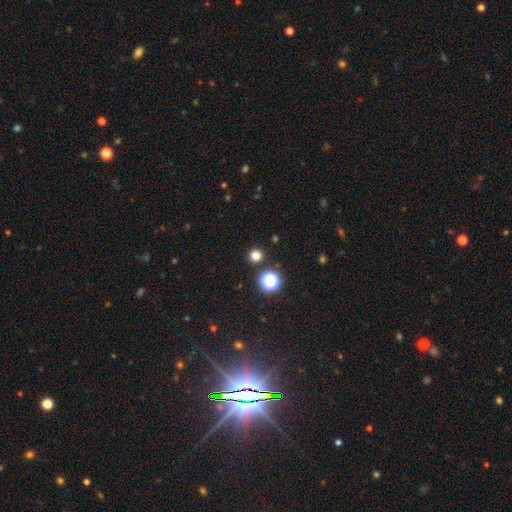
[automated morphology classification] type=smooth (76%); roundness=round (91%); merging=none (90%).